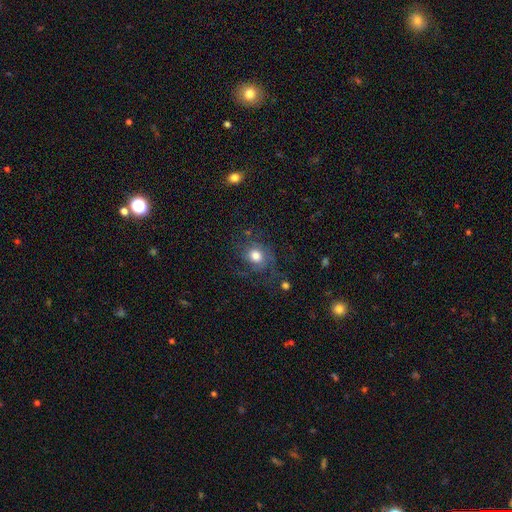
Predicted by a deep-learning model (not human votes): This is possibly a smooth galaxy (48%). Merging: likely none (60%).